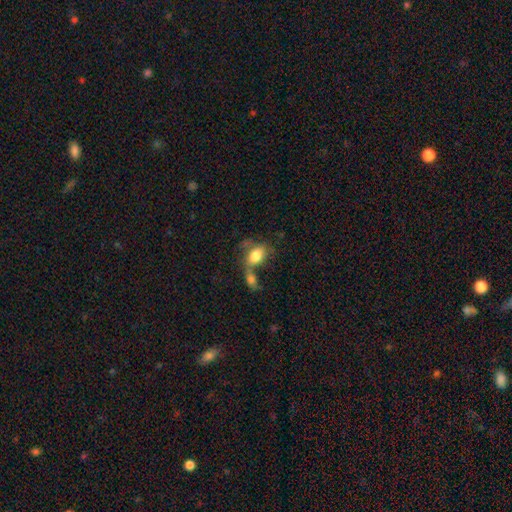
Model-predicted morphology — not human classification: A smooth galaxy with no disk features (73%) that is in between round and cigar-shaped (85%).

Vote fractions:
- Smooth or featured? smooth: 73% / featured or disk: 19% / star or artifact: 8%
- How rounded? in between: 85% / round: 13% / cigar-shaped: 2%
- Merging? merger: 55% / none: 21% / major disturbance: 13% / minor disturbance: 11%